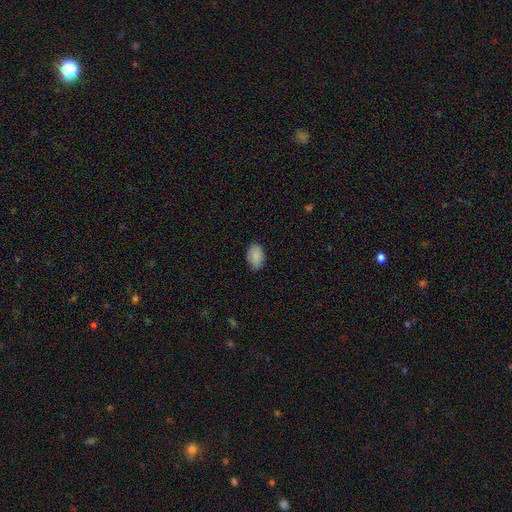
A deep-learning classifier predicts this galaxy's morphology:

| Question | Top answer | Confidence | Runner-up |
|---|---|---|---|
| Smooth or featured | smooth | 88% | star or artifact (7%) |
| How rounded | in between | 89% | round (10%) |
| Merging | none | 84% | minor disturbance (13%) |